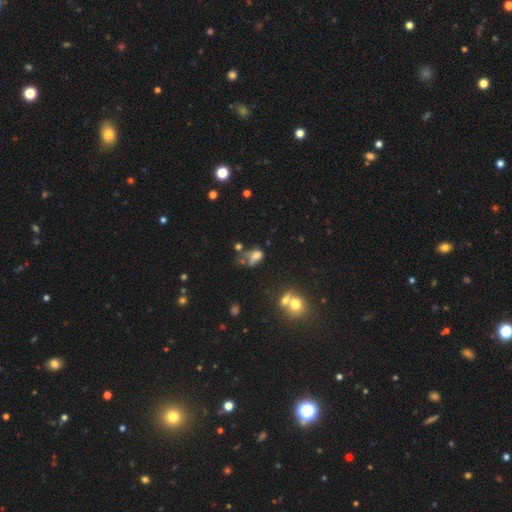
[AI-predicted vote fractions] Smooth or featured? smooth (54%)
How rounded? in between (78%)
Merging? major disturbance (32%)